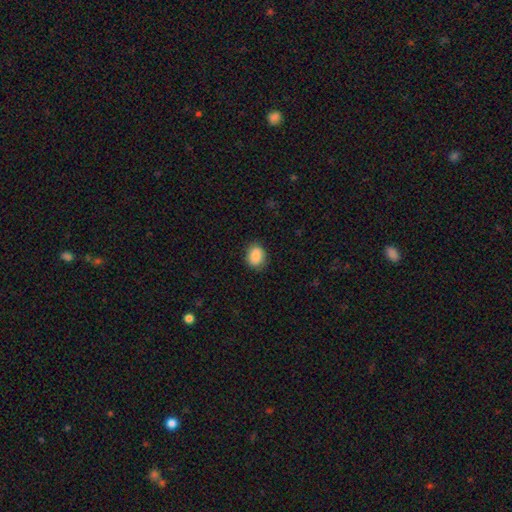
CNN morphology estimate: smooth 88%, star or artifact 8%, featured or disk 4%. Down the decision tree: how rounded — round (50%); merging — none (83%).